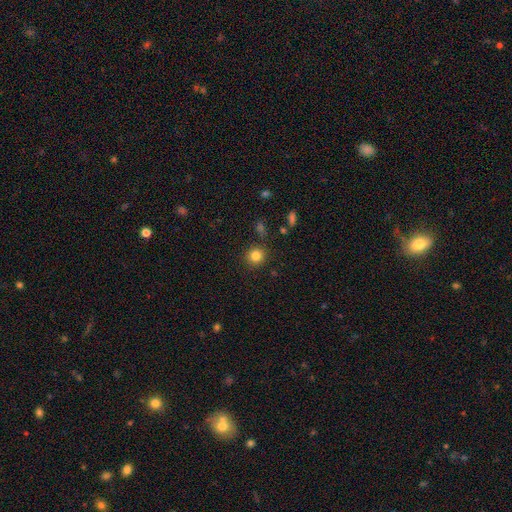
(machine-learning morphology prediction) A smooth galaxy with no disk features (83%) that is round (90%). Merging: none (88%).